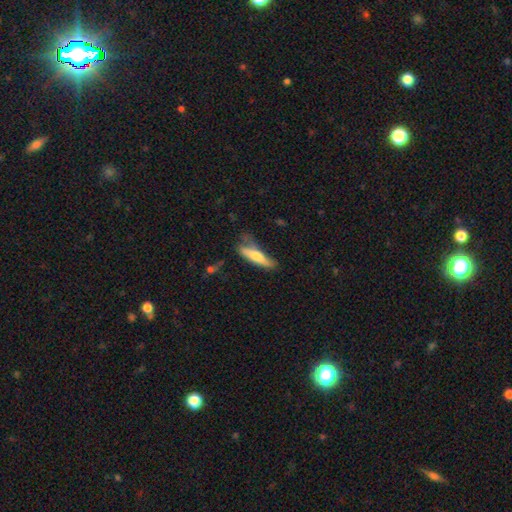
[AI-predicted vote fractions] Overall: smooth (60%; featured or disk 33%). How rounded: cigar-shaped (72%). Merging: none (46%; minor disturbance 31%).